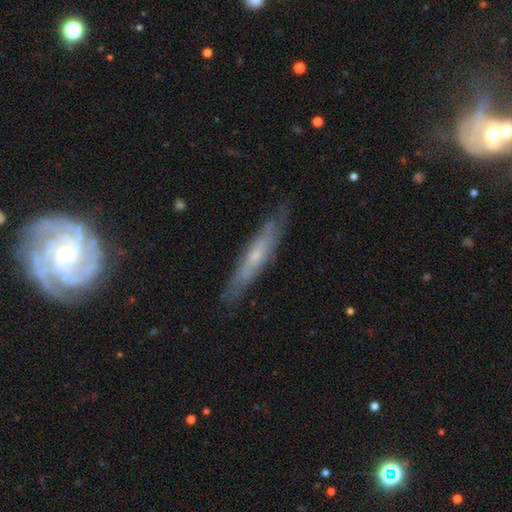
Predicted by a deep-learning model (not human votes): A featured or disk galaxy (54%) viewed edge-on (71%). Merging: none (80%).